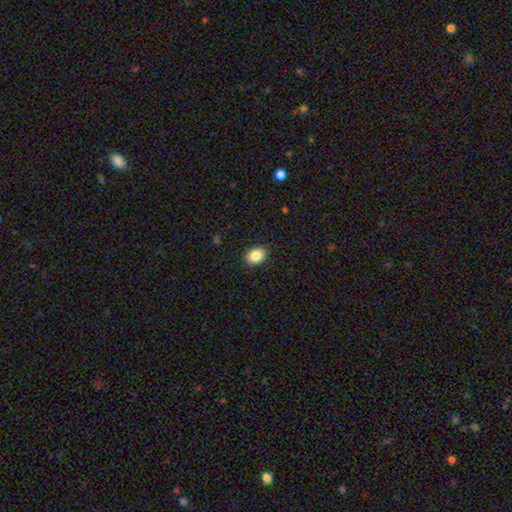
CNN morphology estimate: A smooth galaxy with no disk features (87%) that is in between round and cigar-shaped (77%). Merging: none (89%).